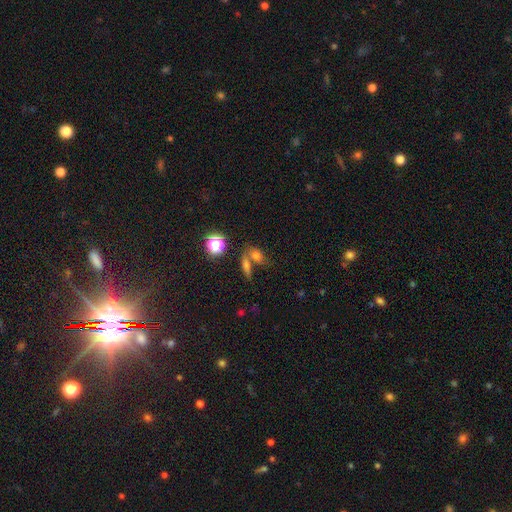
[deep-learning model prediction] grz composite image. It shows a smooth galaxy with no disk features (65%) that is in between round and cigar-shaped (65%). Merging: merger (46%).